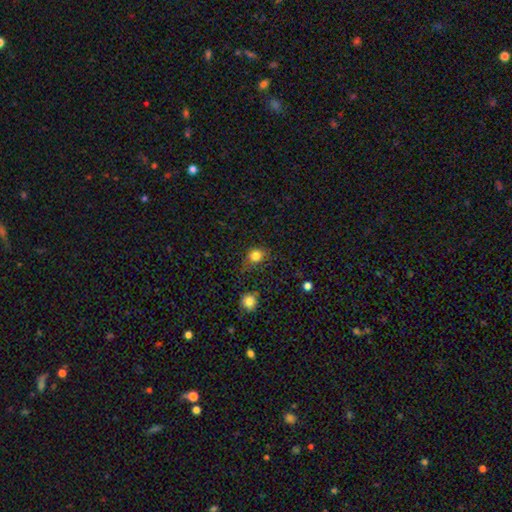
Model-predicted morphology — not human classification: This appears to be a smooth galaxy with no disk features (81%) that is round (74%). Merging: none (67%).